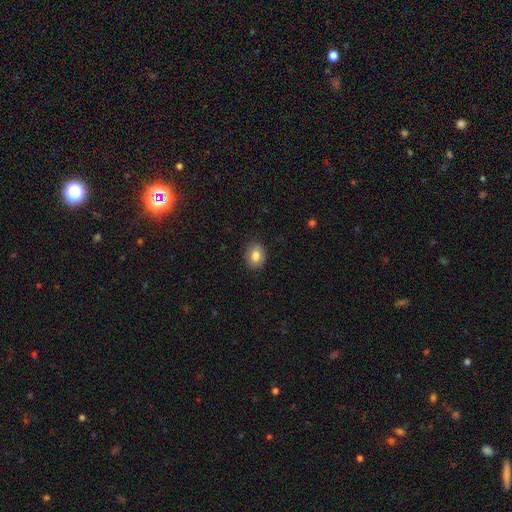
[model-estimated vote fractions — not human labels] smooth_or_featured: smooth (p=0.81) [alt: featured or disk p=0.10]
how_rounded: in between (p=0.54) [alt: round p=0.44]
merging: none (p=0.86) [alt: minor disturbance p=0.11]